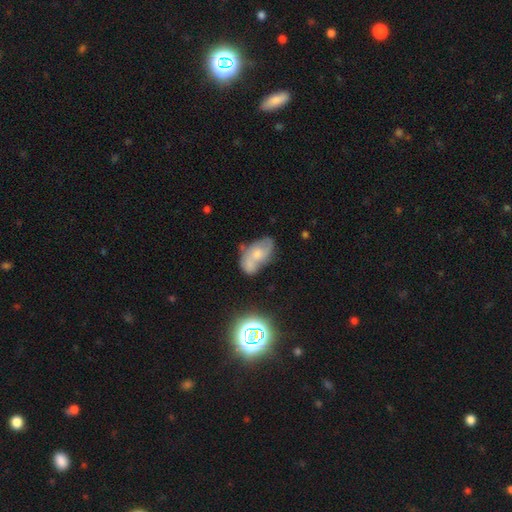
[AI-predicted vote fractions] Morphology: type=featured or disk (49%); merging=none (40%).